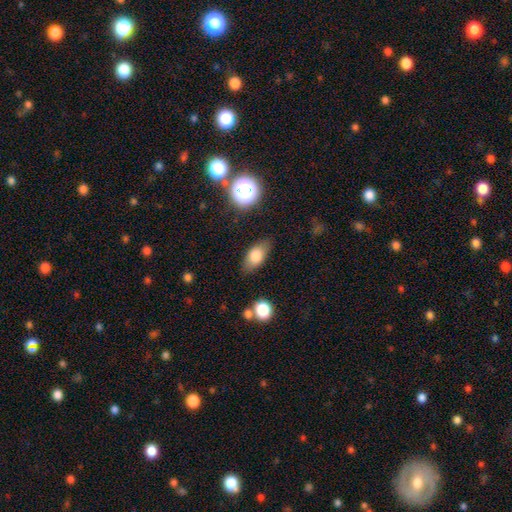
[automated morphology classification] This is likely a smooth galaxy (78%). How rounded: clearly in between (87%). Merging: likely none (79%).